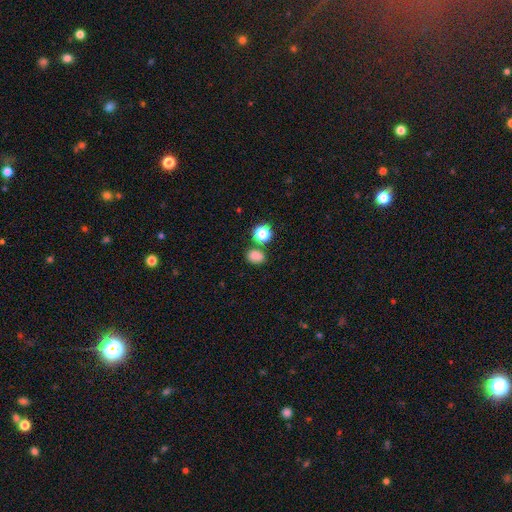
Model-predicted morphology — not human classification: This appears to be a smooth galaxy with no disk features (80%) that is in between round and cigar-shaped (52%). Merging: none (72%).